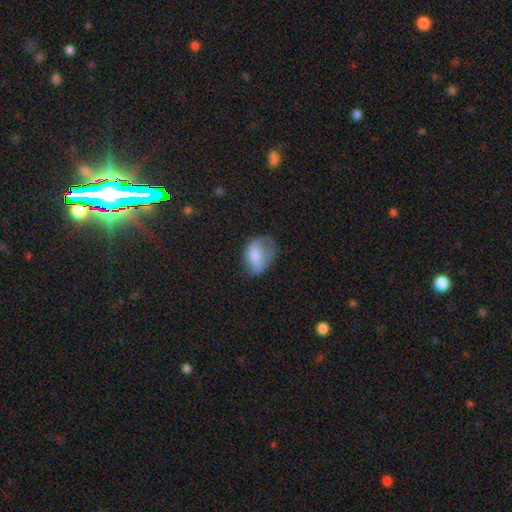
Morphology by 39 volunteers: type=smooth (79%); roundness=in between (71%); merging=major disturbance (59%).